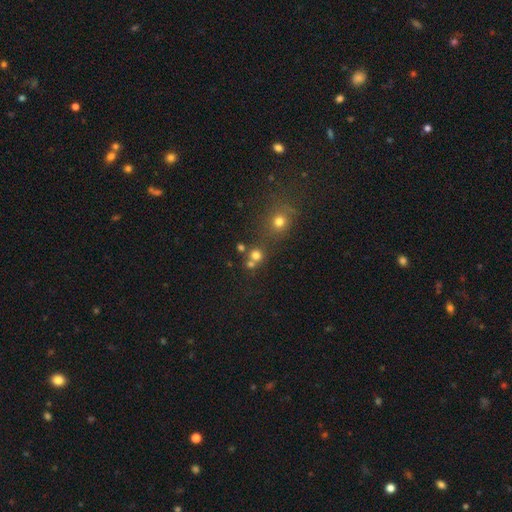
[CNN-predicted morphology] smooth-or-featured: smooth: 71% | star or artifact: 20% | featured or disk: 9%
  how-rounded: round: 89% | in between: 10% | cigar-shaped: 1%
  merging: none: 59% | merger: 30% | minor disturbance: 7% | major disturbance: 4%